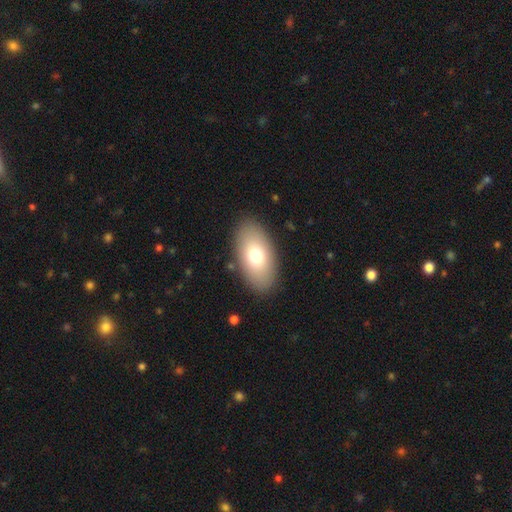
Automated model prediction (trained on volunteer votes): smooth 74%, featured or disk 18%, star or artifact 8%. Down the decision tree: how rounded — in between (94%); merging — none (87%).